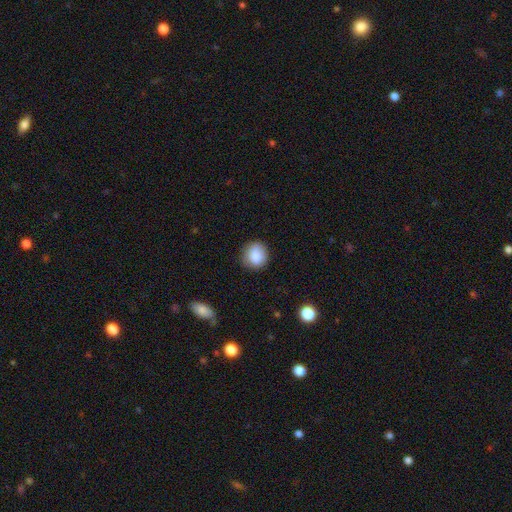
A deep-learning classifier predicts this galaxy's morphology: Q: Smooth or featured?
A: smooth (86%); runner-up: star or artifact (8%)
Q: How rounded?
A: round (81%); runner-up: in between (18%)
Q: Merging?
A: none (79%); runner-up: minor disturbance (16%)